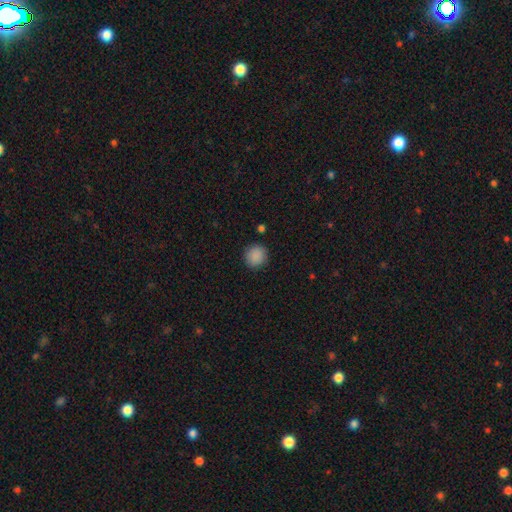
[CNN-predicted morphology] Smooth or featured? smooth (89%)
How rounded? round (92%)
Merging? none (90%)